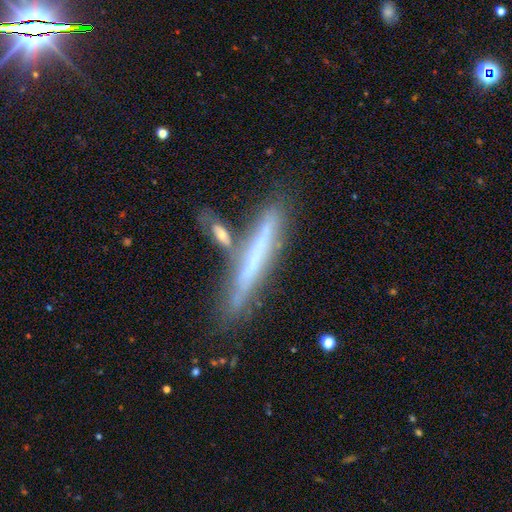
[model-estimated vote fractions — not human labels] Smooth or featured?
  - featured or disk: 55% *
  - smooth: 38%
  - star or artifact: 8%
Edge-on disk?
  - yes: 90% *
  - no: 10%
Merging?
  - none: 70% *
  - minor disturbance: 15%
  - merger: 10%
  - major disturbance: 4%